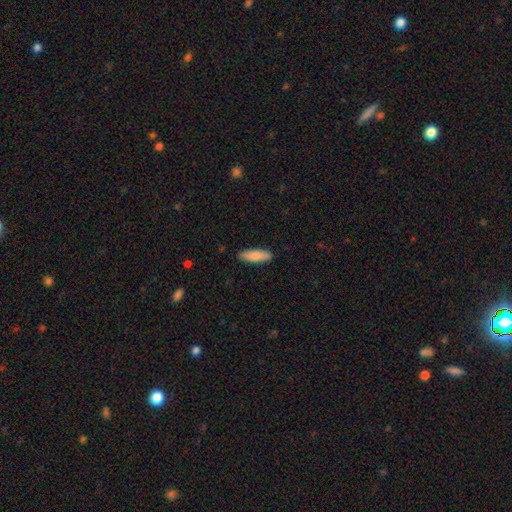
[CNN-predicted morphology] type=smooth (85%); roundness=cigar-shaped (50%); merging=none (88%).